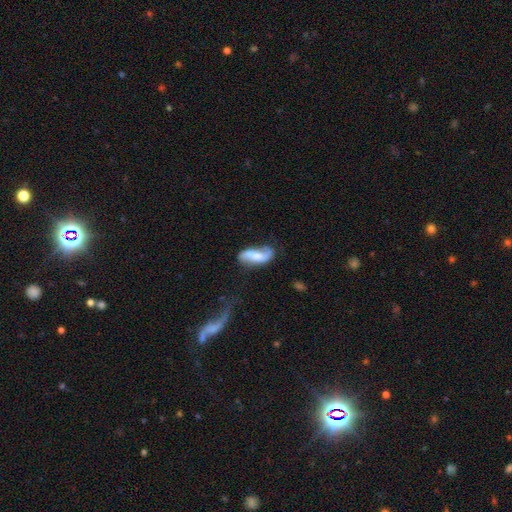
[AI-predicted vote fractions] This appears to be a featured or disk galaxy (62%) with no bar (38%), spiral arms (86%) and a moderate central bulge (44%). Merging: none (56%).